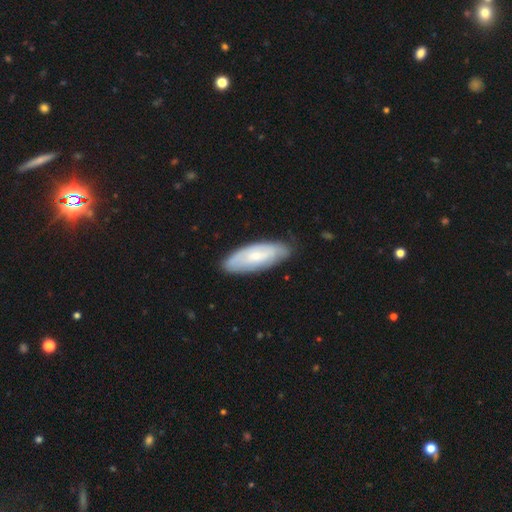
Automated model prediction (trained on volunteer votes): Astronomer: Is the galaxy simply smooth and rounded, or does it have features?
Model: smooth — 48% (runner-up: featured or disk, 46%).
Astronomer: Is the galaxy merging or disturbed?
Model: none — 79%.